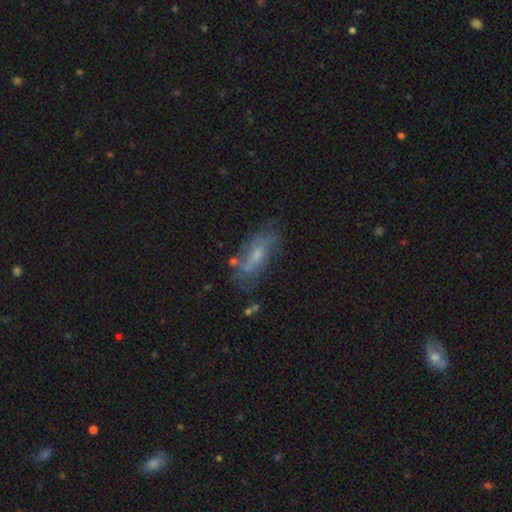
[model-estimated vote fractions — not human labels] Overall: featured or disk (49%; smooth 41%). Merging: none (60%; minor disturbance 23%).